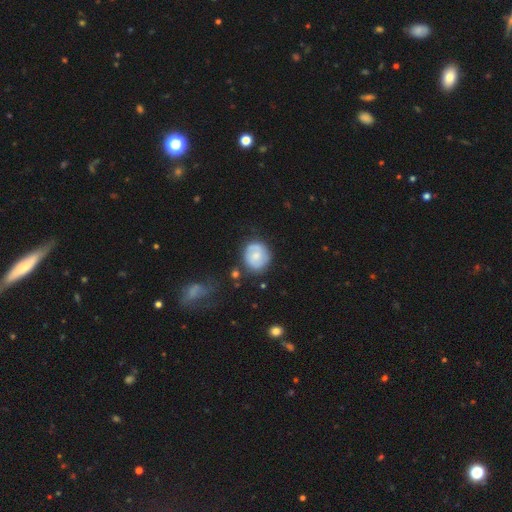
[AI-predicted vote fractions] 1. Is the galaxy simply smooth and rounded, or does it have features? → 54% smooth, 39% featured or disk, 7% star or artifact.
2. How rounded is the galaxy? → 77% round, 22% in between, 1% cigar-shaped.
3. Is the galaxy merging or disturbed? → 70% none, 19% minor disturbance, 5% major disturbance, 5% merger.